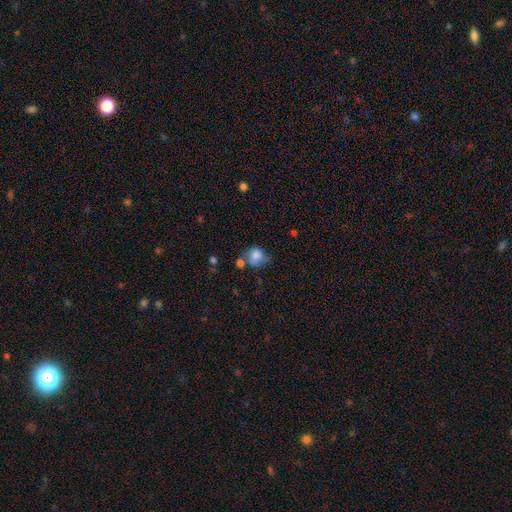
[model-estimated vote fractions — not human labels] smooth-or-featured: smooth: 77% | featured or disk: 13% | star or artifact: 9%
  how-rounded: round: 65% | in between: 34% | cigar-shaped: 1%
  merging: none: 39% | minor disturbance: 28% | merger: 19% | major disturbance: 15%